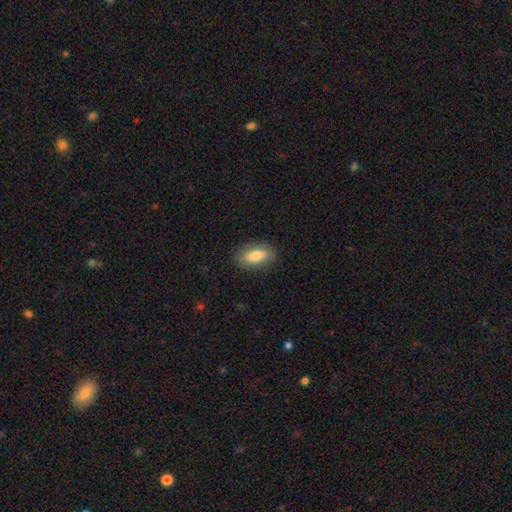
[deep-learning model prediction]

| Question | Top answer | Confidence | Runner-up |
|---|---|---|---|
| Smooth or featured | smooth | 79% | featured or disk (14%) |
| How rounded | in between | 86% | cigar-shaped (10%) |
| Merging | none | 86% | minor disturbance (10%) |